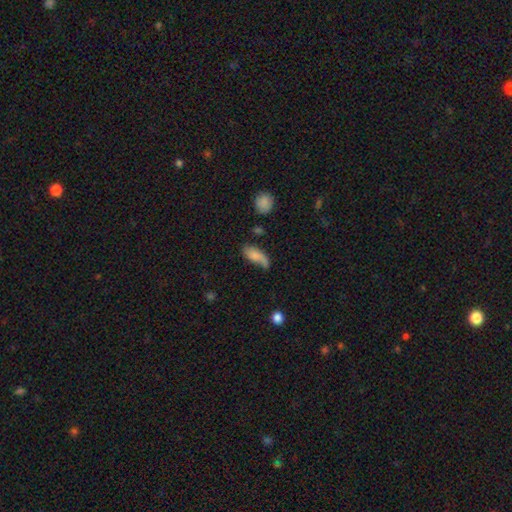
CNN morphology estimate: smooth 72%, featured or disk 21%, star or artifact 8%. Down the decision tree: how rounded — in between (79%); merging — none (40%).